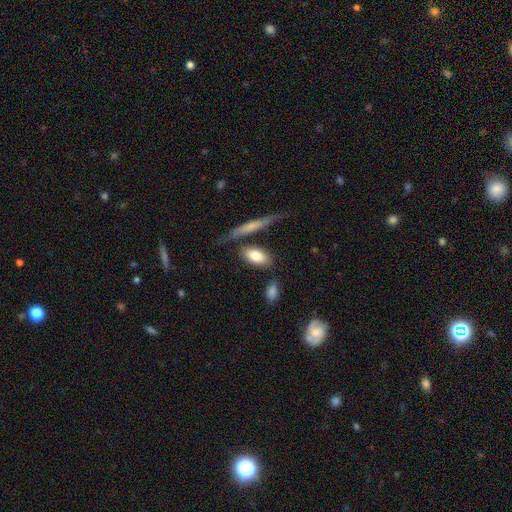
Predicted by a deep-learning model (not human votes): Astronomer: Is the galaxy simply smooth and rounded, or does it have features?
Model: smooth — 77%.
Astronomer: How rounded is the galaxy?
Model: in between — 84%.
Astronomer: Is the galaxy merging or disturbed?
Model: none — 68%.